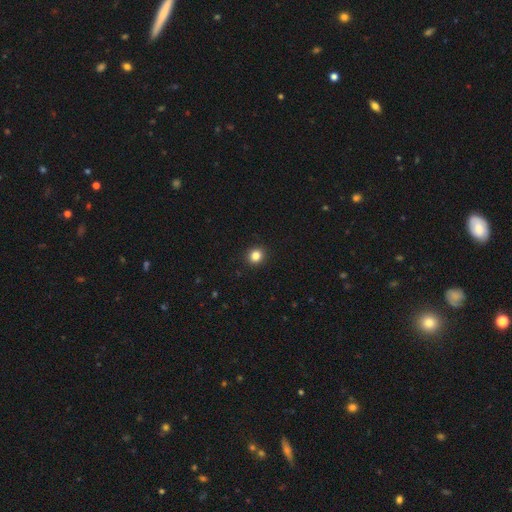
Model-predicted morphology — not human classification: Smooth or featured?
  - smooth: 84% *
  - star or artifact: 12%
  - featured or disk: 5%
How rounded?
  - round: 88% *
  - in between: 11%
  - cigar-shaped: 1%
Merging?
  - none: 93% *
  - minor disturbance: 5%
  - major disturbance: 2%
  - merger: 1%